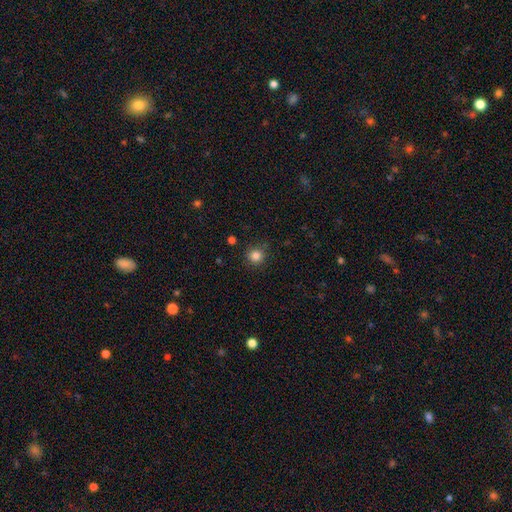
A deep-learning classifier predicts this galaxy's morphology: This is clearly a smooth galaxy (84%). How rounded: clearly round (93%). Merging: clearly none (87%).